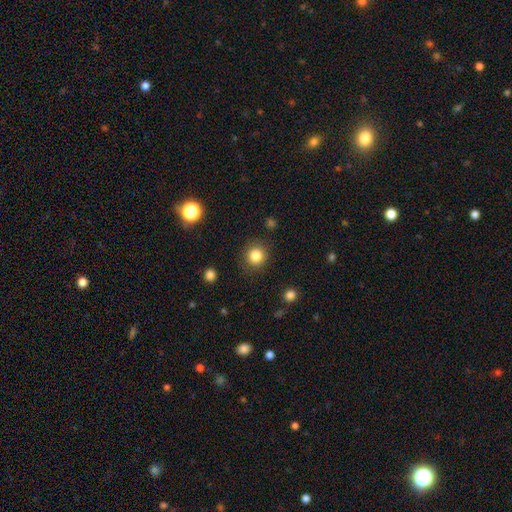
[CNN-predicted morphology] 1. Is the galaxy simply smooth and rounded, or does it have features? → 83% smooth, 12% star or artifact, 5% featured or disk.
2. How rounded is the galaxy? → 91% round, 8% in between, 1% cigar-shaped.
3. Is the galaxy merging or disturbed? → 88% none, 8% minor disturbance, 3% major disturbance, 1% merger.